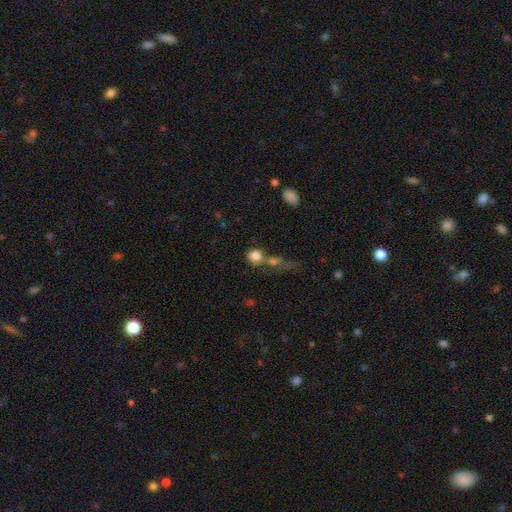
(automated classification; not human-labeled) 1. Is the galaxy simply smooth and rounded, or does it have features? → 81% smooth, 10% star or artifact, 9% featured or disk.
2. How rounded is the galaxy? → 81% round, 17% in between, 2% cigar-shaped.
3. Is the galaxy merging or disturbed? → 44% merger, 38% none, 10% minor disturbance, 8% major disturbance.